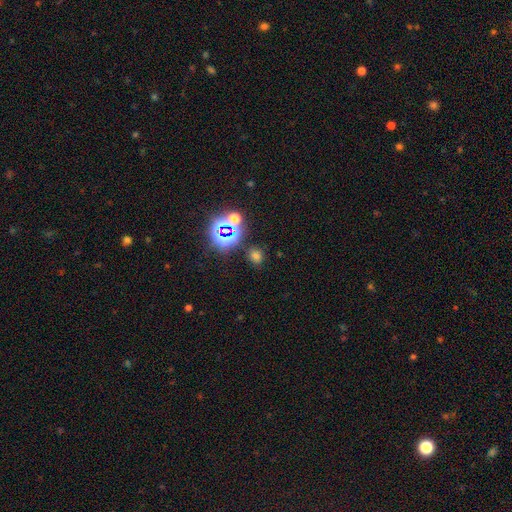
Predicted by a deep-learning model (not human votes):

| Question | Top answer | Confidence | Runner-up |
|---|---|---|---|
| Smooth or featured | smooth | 61% | star or artifact (33%) |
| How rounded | round | 67% | in between (32%) |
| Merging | none | 81% | minor disturbance (10%) |